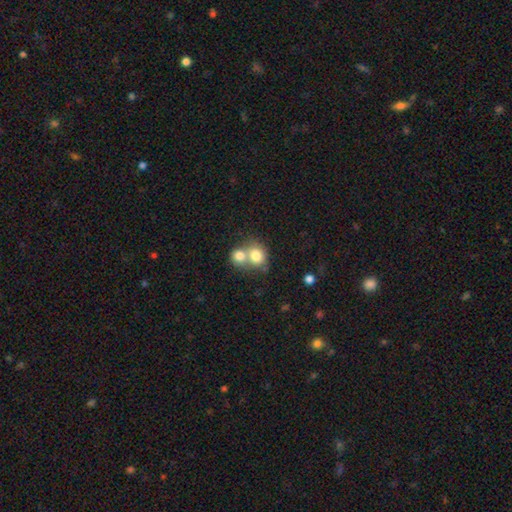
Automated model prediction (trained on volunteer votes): Morphology: type=smooth (77%); roundness=round (68%); merging=merger (64%).